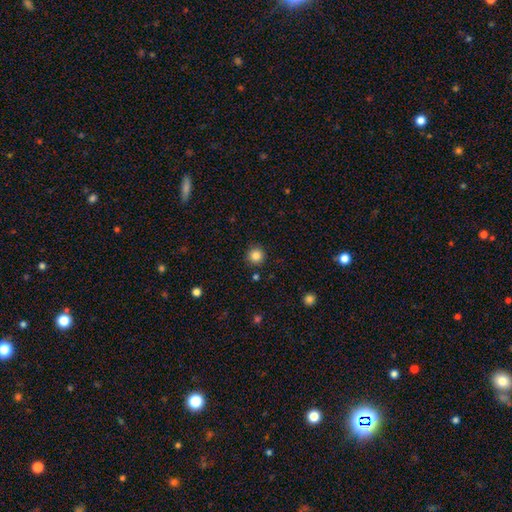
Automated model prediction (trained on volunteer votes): smooth 85%, star or artifact 11%, featured or disk 4%. Down the decision tree: how rounded — round (95%); merging — none (91%).